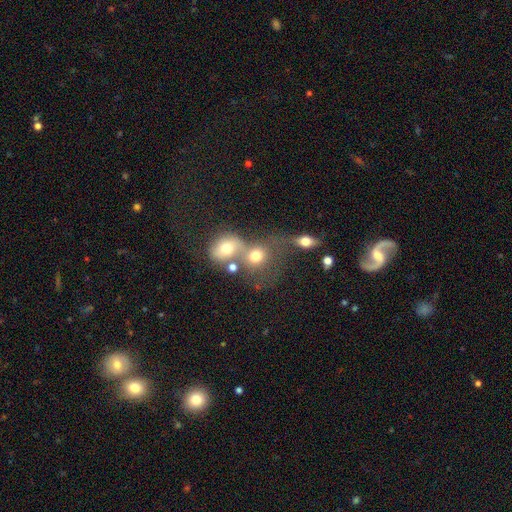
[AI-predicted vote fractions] A smooth galaxy with no disk features (70%) that is round (68%). Merging: merger (49%).